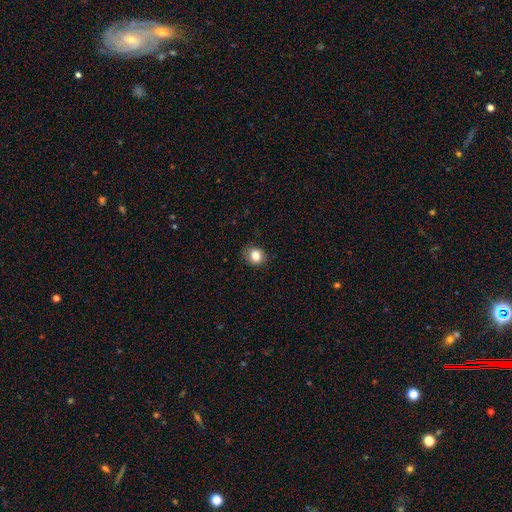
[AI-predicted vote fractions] A smooth galaxy with no disk features (82%) that is round (70%). Merging: none (85%).